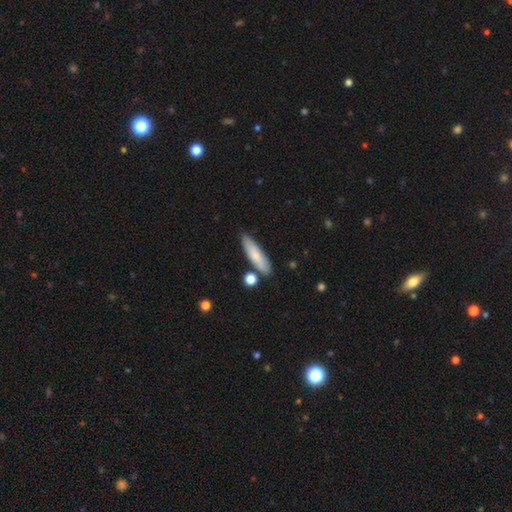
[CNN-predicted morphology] Smooth or featured? smooth (76%)
How rounded? cigar-shaped (65%)
Merging? none (79%)